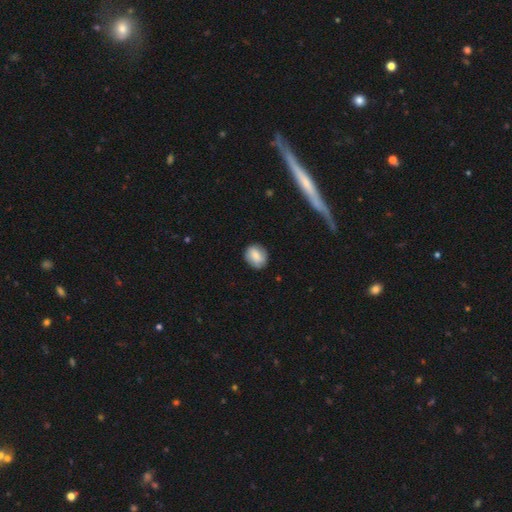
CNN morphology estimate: A smooth galaxy with no disk features (74%) that is round (60%). Merging: none (80%).